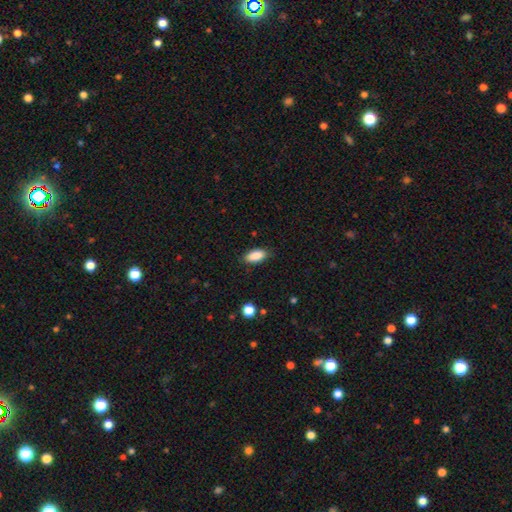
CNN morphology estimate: This appears to be a smooth galaxy with no disk features (88%) that is in between round and cigar-shaped (87%). Merging: none (83%).